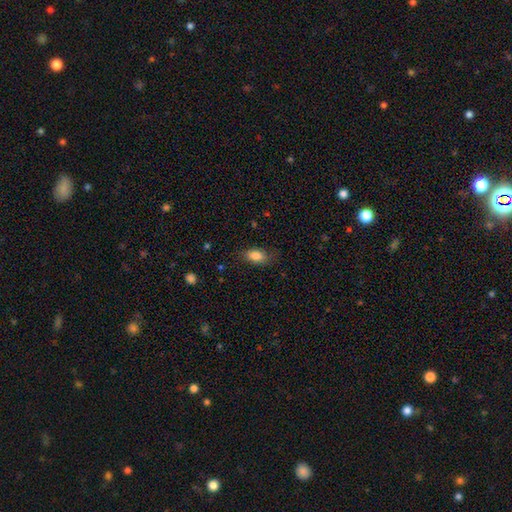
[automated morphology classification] Smooth or featured? Predicted: smooth (p=0.85). How rounded? Predicted: in between (p=0.88). Merging? Predicted: none (p=0.75).